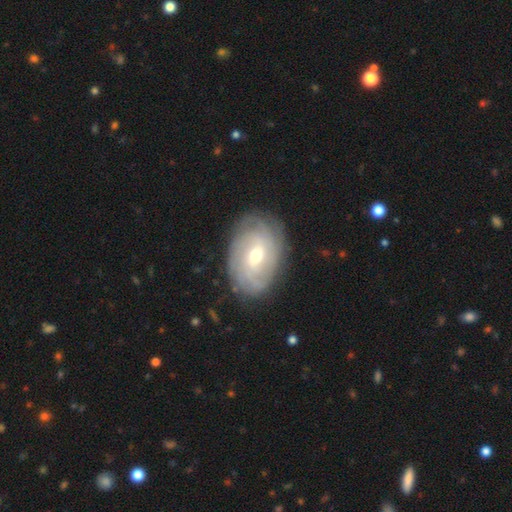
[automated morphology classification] smooth_or_featured: featured or disk (p=0.78) [alt: smooth p=0.16]
disk_edge_on: no (p=0.96) [alt: yes p=0.04]
bar: weak (p=0.52) [alt: no p=0.33]
has_spiral_arms: yes (p=0.91) [alt: no p=0.09]
spiral_winding: tight (p=0.74) [alt: medium p=0.20]
spiral_arm_count: can't tell (p=0.47) [alt: 2 p=0.14]
bulge_size: moderate (p=0.59) [alt: small p=0.37]
merging: none (p=0.82) [alt: minor disturbance p=0.13]